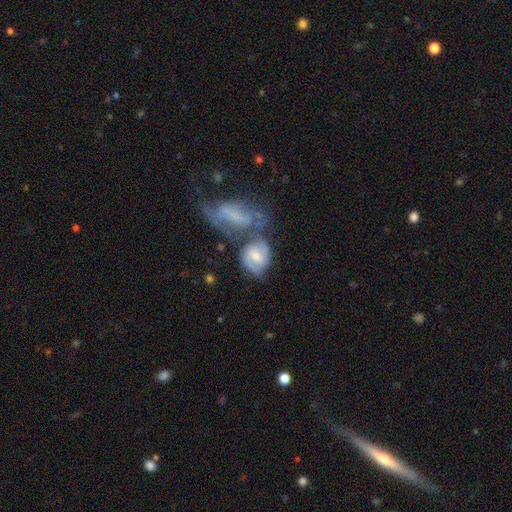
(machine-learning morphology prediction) Overall: featured or disk (68%). Edge-on disk: no (97%). Bar: weak (47%; no 38%). Spiral arms: yes (90%). Spiral arm count: 2 (67%). Spiral winding: tight (43%, tied with medium). Bulge size: moderate (46%; small 45%). Merging: merger (45%; none 33%).